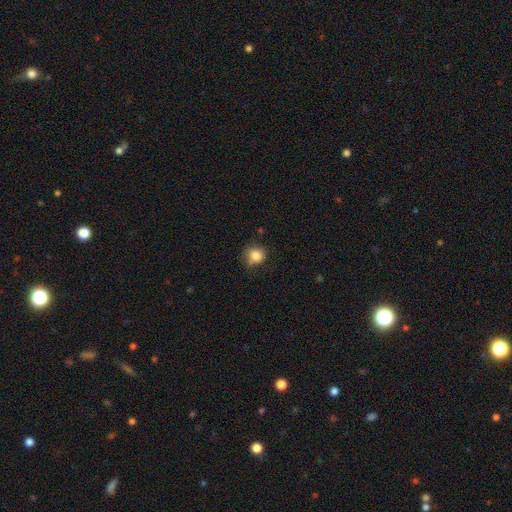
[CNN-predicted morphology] Smooth or featured?
  - smooth: 82% *
  - star or artifact: 11%
  - featured or disk: 7%
How rounded?
  - round: 83% *
  - in between: 17%
  - cigar-shaped: 1%
Merging?
  - none: 69% *
  - minor disturbance: 22%
  - major disturbance: 5%
  - merger: 4%